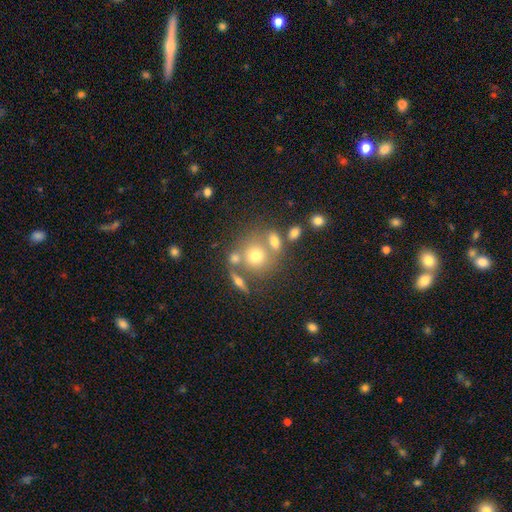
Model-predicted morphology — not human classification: Smooth or featured?
  - smooth: 64% *
  - featured or disk: 21%
  - star or artifact: 15%
How rounded?
  - round: 82% *
  - in between: 16%
  - cigar-shaped: 2%
Merging?
  - none: 55% *
  - merger: 28%
  - minor disturbance: 12%
  - major disturbance: 5%